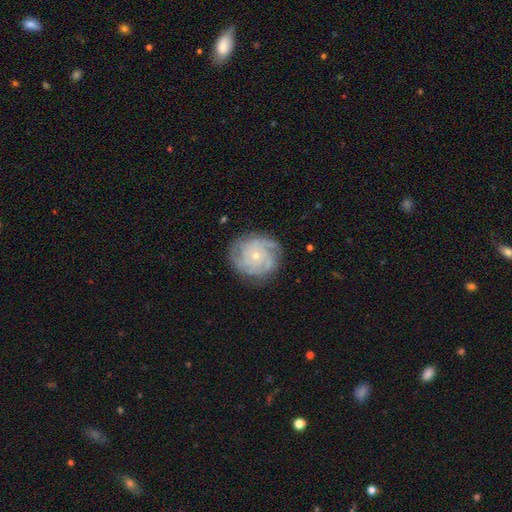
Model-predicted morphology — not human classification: A featured or disk galaxy (82%) with no bar (82%), 3 (30%) tight (69%) spiral arms (95%) and a small central bulge (73%). Merging: none (80%).